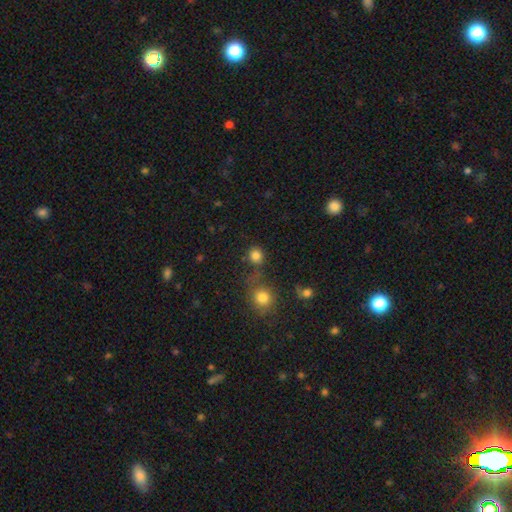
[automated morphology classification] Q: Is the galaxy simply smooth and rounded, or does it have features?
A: smooth — 81%.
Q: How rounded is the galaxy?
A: round — 86%.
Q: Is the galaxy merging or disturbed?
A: none — 70%.